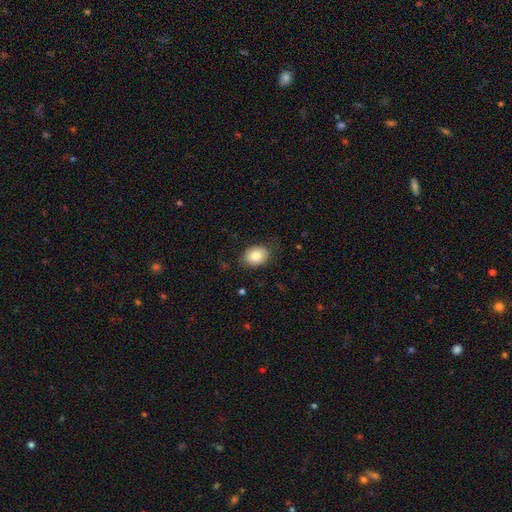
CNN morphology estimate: Smooth or featured? smooth (83%)
How rounded? in between (66%)
Merging? none (82%)